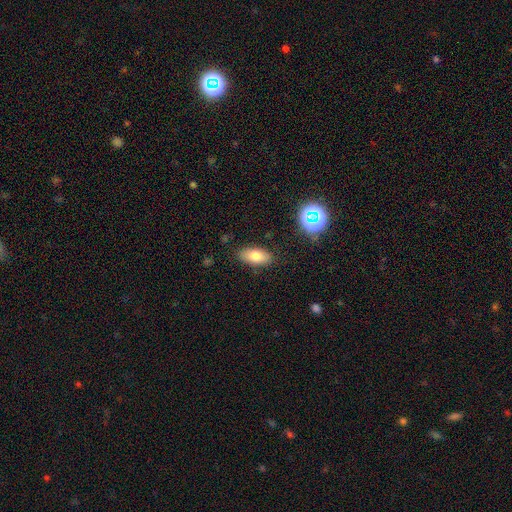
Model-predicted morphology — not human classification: The model was most divided on "smooth or featured": smooth: 75%, featured or disk: 15%, star or artifact: 10%. More confident: how rounded — in between (88%); merging — none (85%).